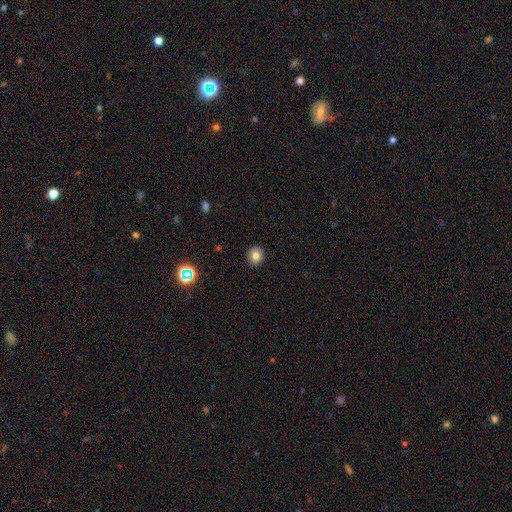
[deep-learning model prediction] Smooth or featured: smooth — 78% (star or artifact — 12%)
How rounded: round — 79% (in between — 20%)
Merging: none — 91% (minor disturbance — 7%)